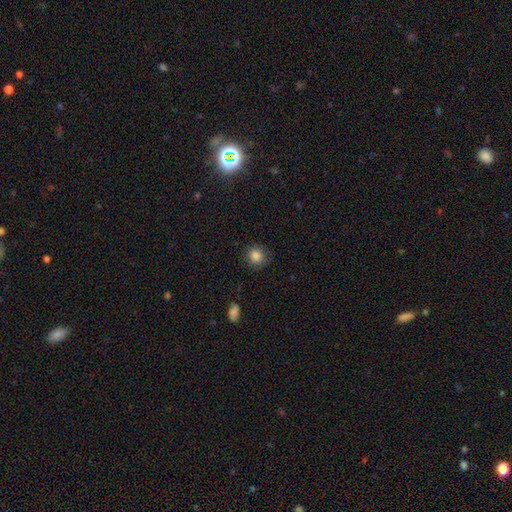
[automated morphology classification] smooth-or-featured: smooth: 86% | star or artifact: 10% | featured or disk: 5%
  how-rounded: round: 88% | in between: 11% | cigar-shaped: 1%
  merging: none: 84% | minor disturbance: 11% | major disturbance: 3% | merger: 1%